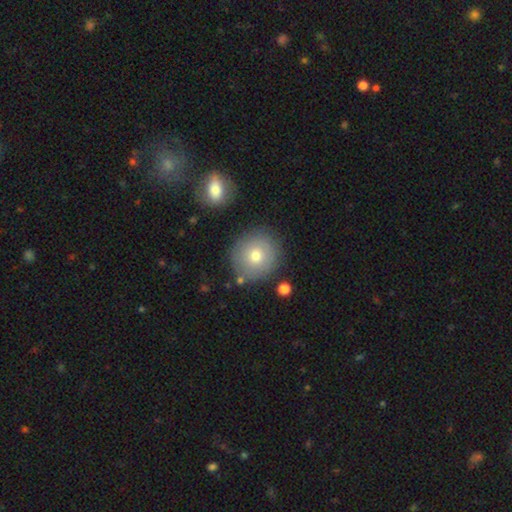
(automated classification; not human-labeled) Smooth or featured? Predicted: smooth (p=0.73). How rounded? Predicted: round (p=0.90). Merging? Predicted: none (p=0.81).